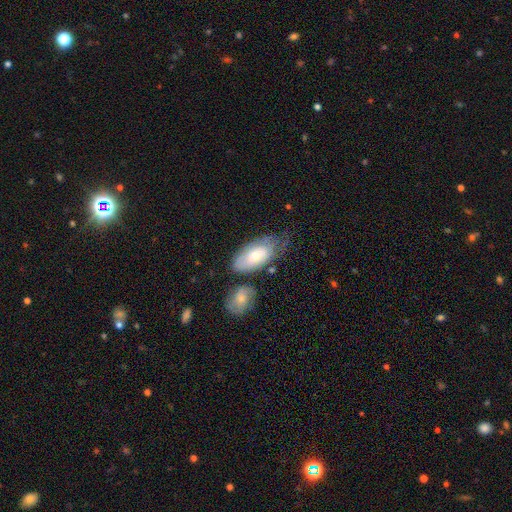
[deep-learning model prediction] Q: Smooth or featured?
A: smooth (68%); runner-up: featured or disk (26%)
Q: How rounded?
A: in between (92%); runner-up: cigar-shaped (5%)
Q: Merging?
A: none (48%); runner-up: minor disturbance (29%)